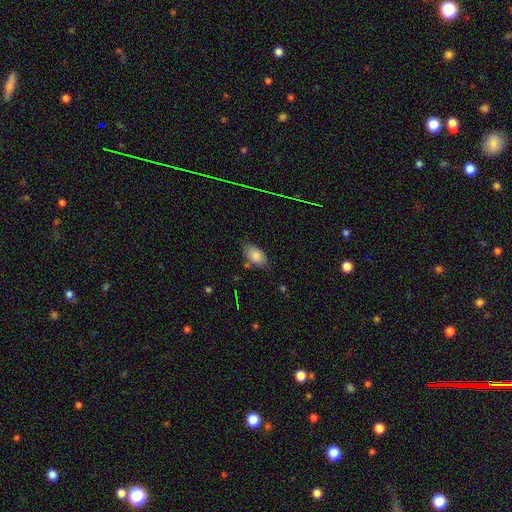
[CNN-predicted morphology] Smooth or featured?
  - smooth: 83% *
  - star or artifact: 9%
  - featured or disk: 8%
How rounded?
  - in between: 91% *
  - round: 7%
  - cigar-shaped: 2%
Merging?
  - none: 72% *
  - minor disturbance: 21%
  - major disturbance: 4%
  - merger: 4%